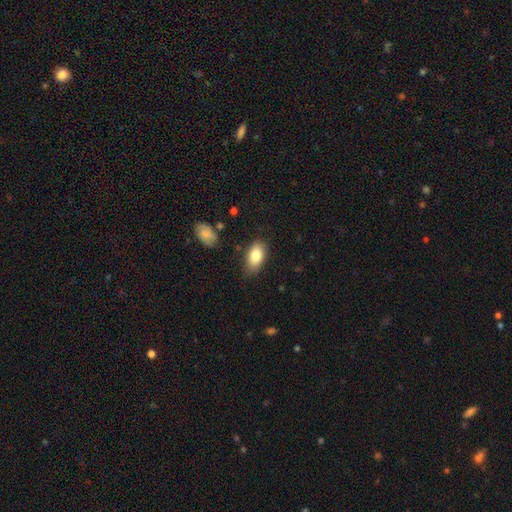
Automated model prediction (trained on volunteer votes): Overall: smooth (84%). How rounded: in between (92%). Merging: none (77%).